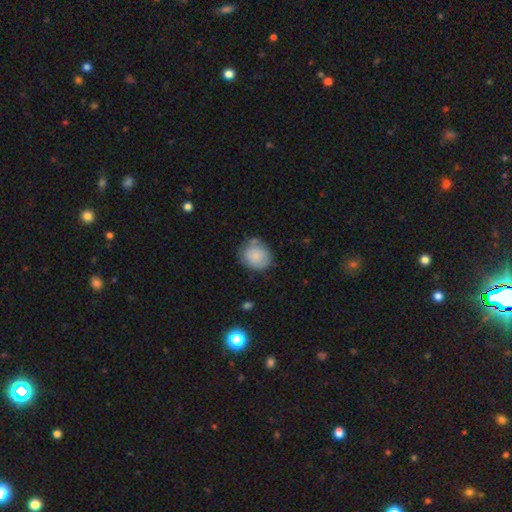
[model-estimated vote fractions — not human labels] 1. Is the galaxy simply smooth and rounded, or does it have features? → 81% smooth, 12% featured or disk, 7% star or artifact.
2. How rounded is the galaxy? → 72% round, 27% in between, 1% cigar-shaped.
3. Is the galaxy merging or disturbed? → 64% none, 24% minor disturbance, 6% merger, 6% major disturbance.